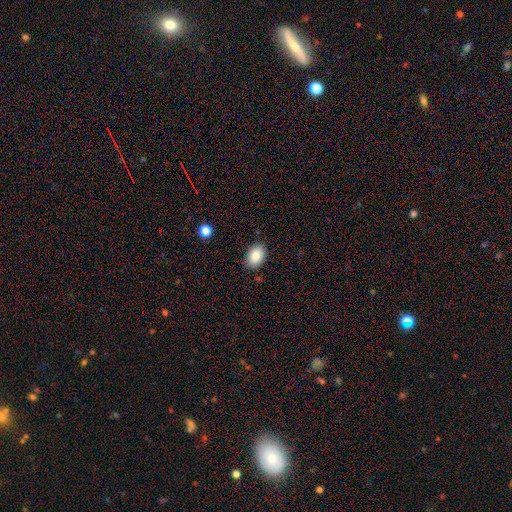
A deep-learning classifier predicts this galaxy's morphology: The model was most divided on "how rounded": in between: 84%, round: 15%, cigar-shaped: 1%. More confident: smooth or featured — smooth (87%); merging — none (85%).